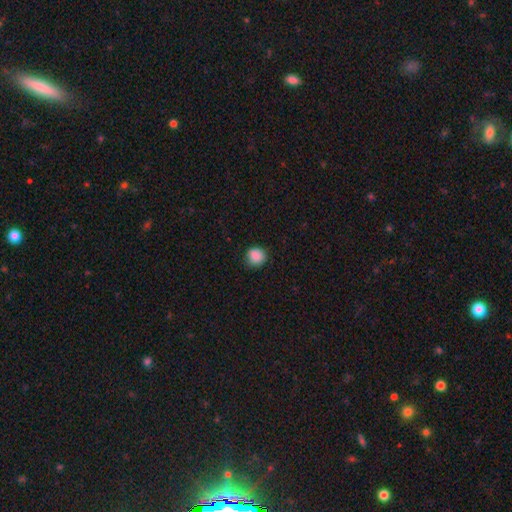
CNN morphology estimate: smooth-or-featured: smooth: 87% | star or artifact: 9% | featured or disk: 3%
  how-rounded: round: 85% | in between: 14% | cigar-shaped: 1%
  merging: none: 79% | minor disturbance: 16% | major disturbance: 3% | merger: 1%